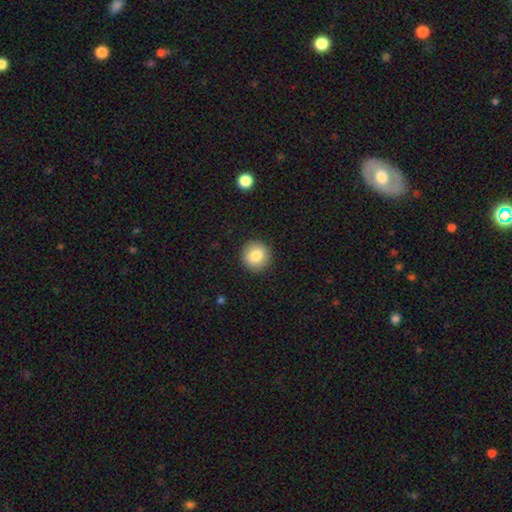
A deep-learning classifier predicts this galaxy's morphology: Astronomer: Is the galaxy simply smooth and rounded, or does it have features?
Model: smooth — 84%.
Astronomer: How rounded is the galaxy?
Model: round — 93%.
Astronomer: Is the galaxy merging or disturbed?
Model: none — 91%.